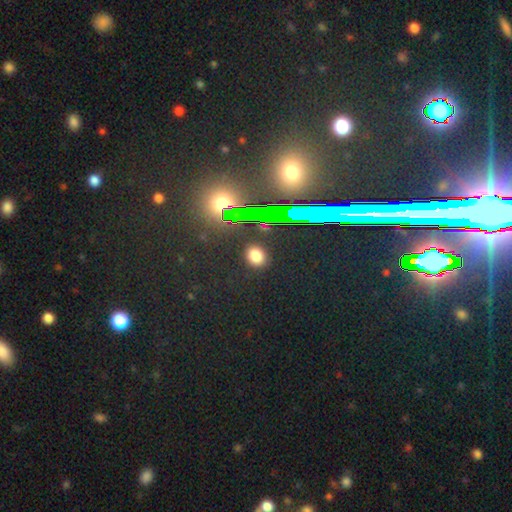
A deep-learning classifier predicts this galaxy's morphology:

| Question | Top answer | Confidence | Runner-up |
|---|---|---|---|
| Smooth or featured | smooth | 76% | star or artifact (18%) |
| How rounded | round | 49% | tied: in between (49%) |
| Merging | none | 89% | minor disturbance (7%) |